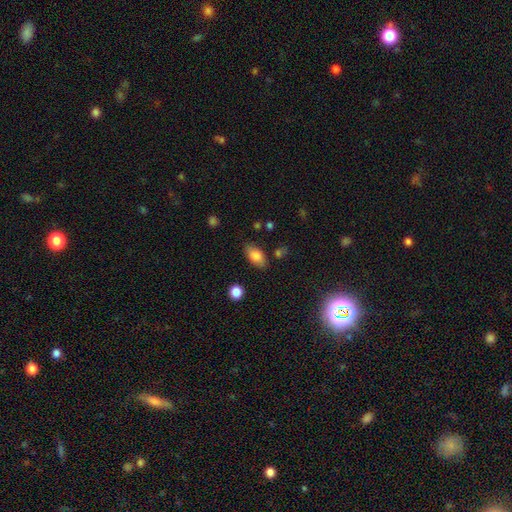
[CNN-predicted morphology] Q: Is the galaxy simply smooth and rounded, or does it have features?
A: smooth — 83%.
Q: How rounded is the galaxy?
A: in between — 90%.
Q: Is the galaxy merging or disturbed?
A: none — 79%.